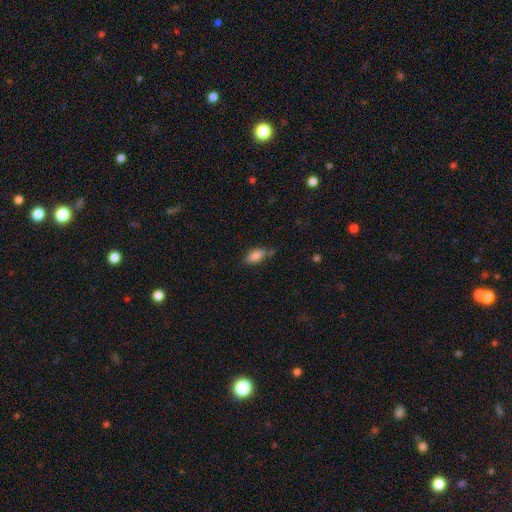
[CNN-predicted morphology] Smooth or featured: smooth — 84% (featured or disk — 8%)
How rounded: in between — 87% (cigar-shaped — 11%)
Merging: none — 61% (minor disturbance — 26%)